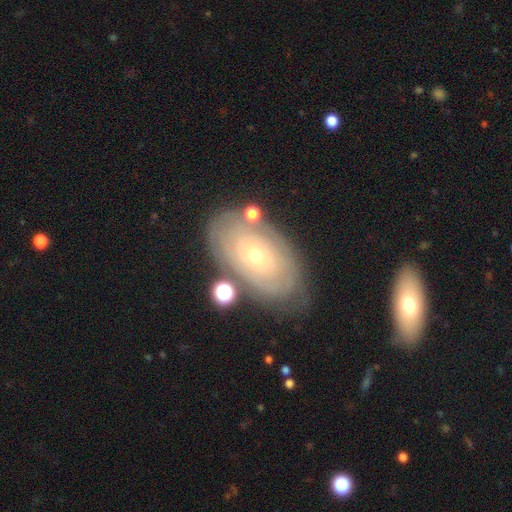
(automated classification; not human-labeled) Smooth or featured?
  - featured or disk: 65% *
  - smooth: 27%
  - star or artifact: 8%
Edge-on disk?
  - no: 93% *
  - yes: 7%
Bar?
  - no: 88% *
  - weak: 10%
  - strong: 3%
Spiral arms?
  - yes: 62% *
  - no: 38%
Bulge size?
  - small: 76% *
  - moderate: 21%
  - large: 1%
  - dominant: 1%
  - none: 1%
Merging?
  - none: 74% *
  - minor disturbance: 16%
  - major disturbance: 6%
  - merger: 4%